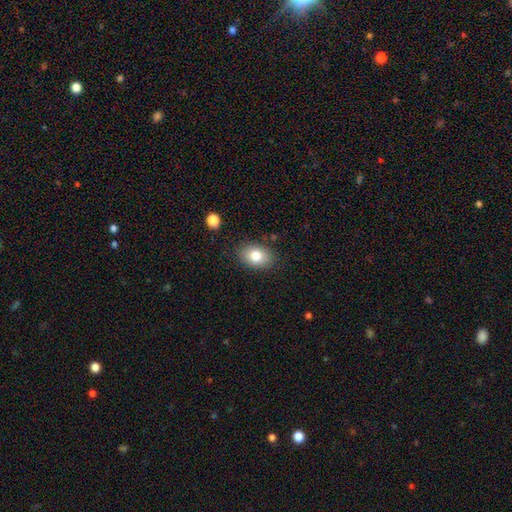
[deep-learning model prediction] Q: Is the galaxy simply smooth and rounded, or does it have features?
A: smooth — 80%.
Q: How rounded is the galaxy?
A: in between — 80%.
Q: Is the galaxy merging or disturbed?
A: none — 86%.